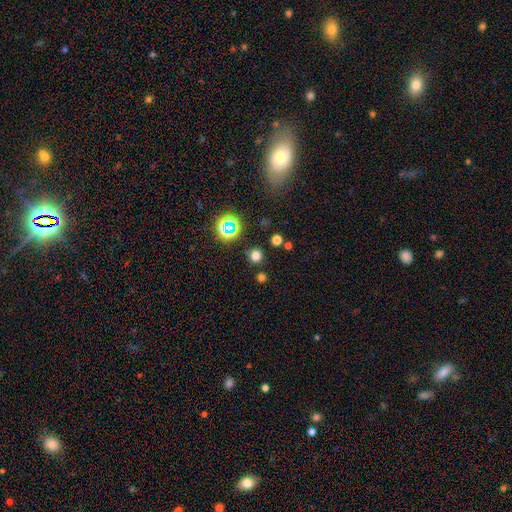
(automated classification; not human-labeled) Smooth or featured? Predicted: smooth (p=0.71). How rounded? Predicted: round (p=0.94). Merging? Predicted: none (p=0.88).